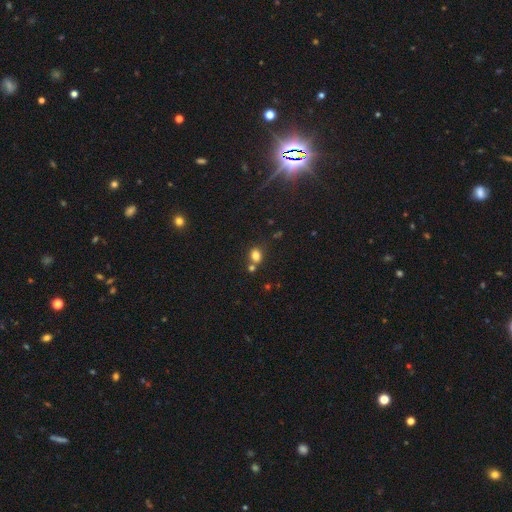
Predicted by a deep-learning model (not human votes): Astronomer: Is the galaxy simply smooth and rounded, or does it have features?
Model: smooth — 80%.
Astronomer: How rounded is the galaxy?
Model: in between — 56% (runner-up: round, 43%).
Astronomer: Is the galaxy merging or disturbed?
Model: none — 57%.